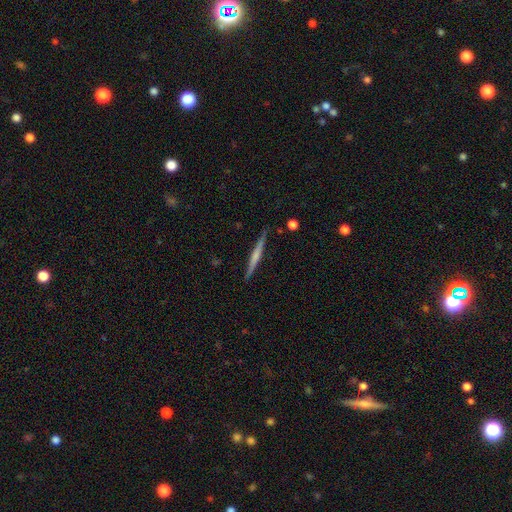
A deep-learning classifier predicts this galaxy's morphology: The model was most divided on "smooth or featured": featured or disk: 54%, smooth: 40%, star or artifact: 5%. More confident: edge-on disk — yes (98%); merging — none (88%); edge-on bulge — none (55%).